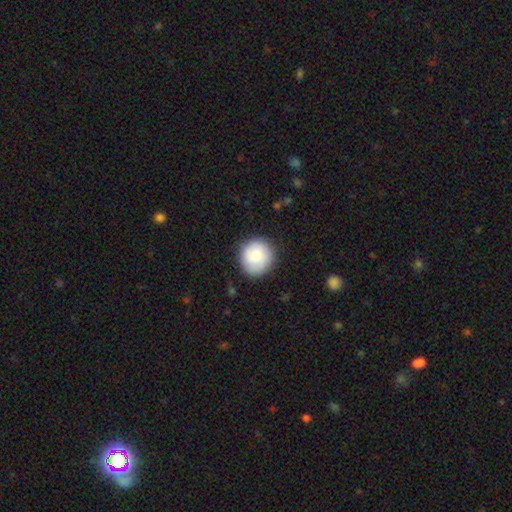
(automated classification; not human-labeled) smooth 76%, featured or disk 18%, star or artifact 6%. Down the decision tree: how rounded — round (91%); merging — none (85%).